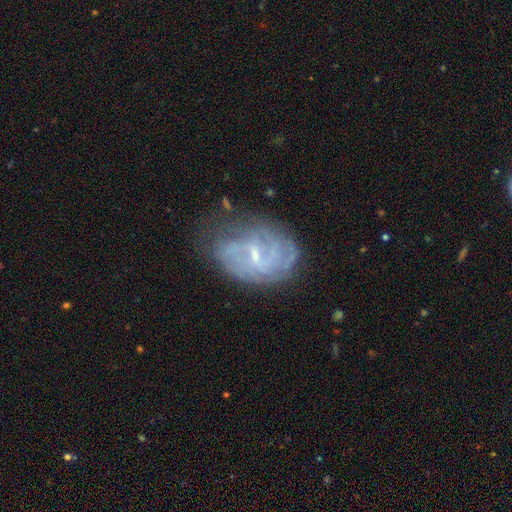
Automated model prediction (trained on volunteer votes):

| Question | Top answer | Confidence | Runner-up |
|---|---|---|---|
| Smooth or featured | featured or disk | 78% | smooth (14%) |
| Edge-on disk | no | 97% | yes (3%) |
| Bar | weak | 59% | no (25%) |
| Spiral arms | yes | 85% | no (15%) |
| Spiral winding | tight | 43% | medium (39%) |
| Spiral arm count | can't tell | 43% | 2 (27%) |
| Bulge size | small | 70% | moderate (20%) |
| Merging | none | 58% | minor disturbance (25%) |